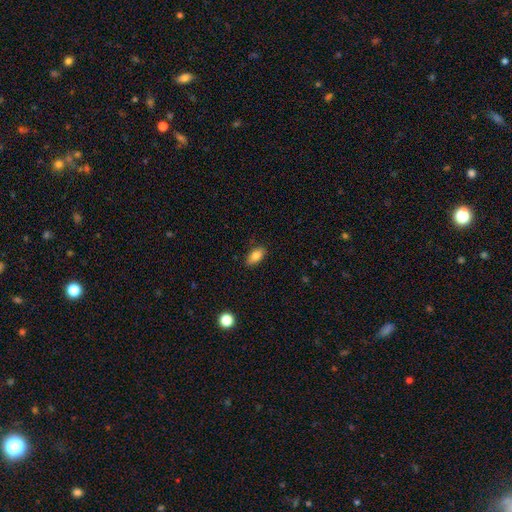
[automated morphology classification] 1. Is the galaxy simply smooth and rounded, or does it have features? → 81% smooth, 11% featured or disk, 8% star or artifact.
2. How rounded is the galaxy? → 87% in between, 9% cigar-shaped, 4% round.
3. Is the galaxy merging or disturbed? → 86% none, 10% minor disturbance, 2% major disturbance, 1% merger.